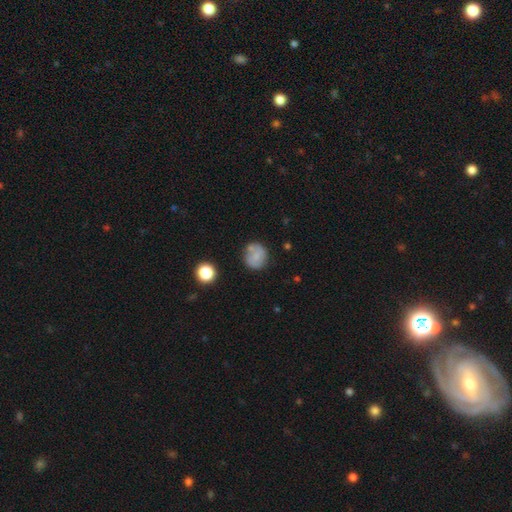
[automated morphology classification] Q: Smooth or featured?
A: smooth (65%); runner-up: featured or disk (26%)
Q: How rounded?
A: round (81%); runner-up: in between (18%)
Q: Merging?
A: none (66%); runner-up: minor disturbance (20%)